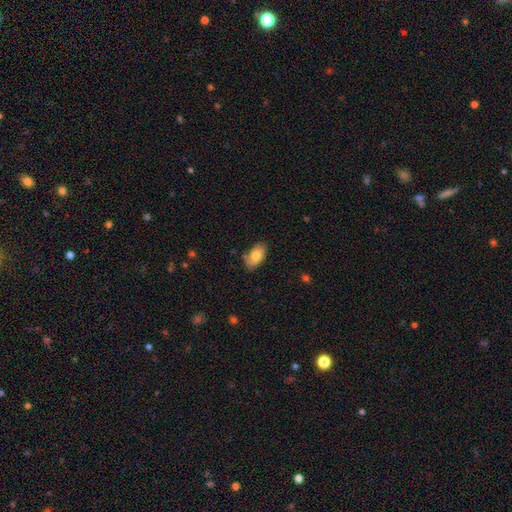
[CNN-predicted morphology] Overall: smooth (76%). How rounded: in between (94%). Merging: none (76%).